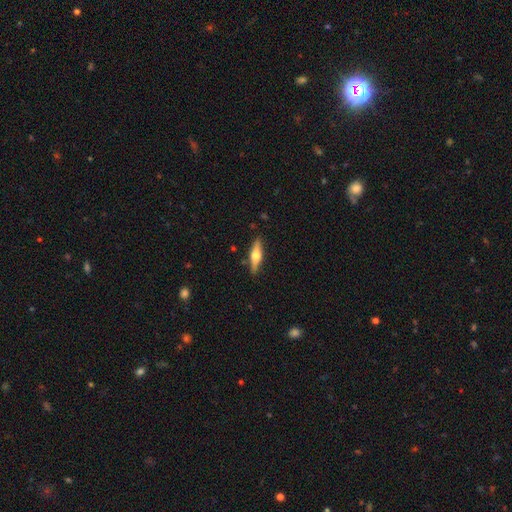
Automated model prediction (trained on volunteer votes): This is possibly a featured or disk galaxy (56%). It is clearly viewed edge-on (94%). Edge-on bulge: clearly rounded (94%). Merging: clearly none (87%).